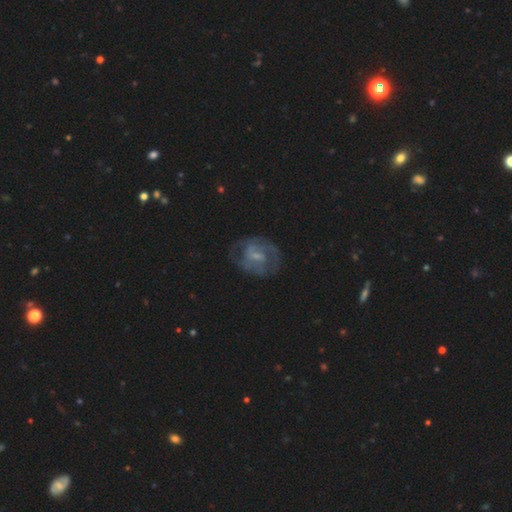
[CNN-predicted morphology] A featured or disk galaxy (73%) with a weak bar (55%), 2 (55%) medium (44%) spiral arms (81%) and a small central bulge (50%). Merging: none (62%).